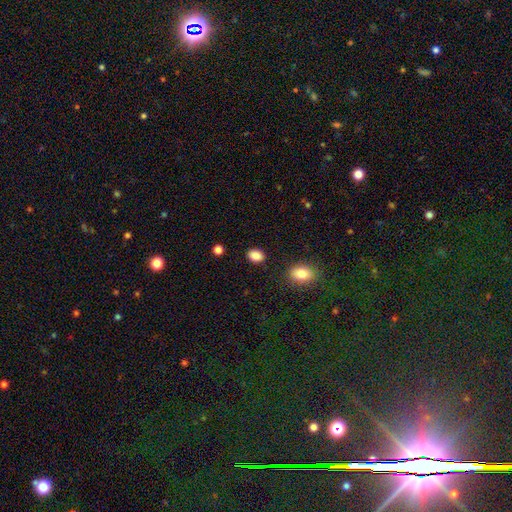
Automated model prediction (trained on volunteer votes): This is clearly a smooth galaxy (88%). How rounded: likely in between (75%). Merging: clearly none (86%).